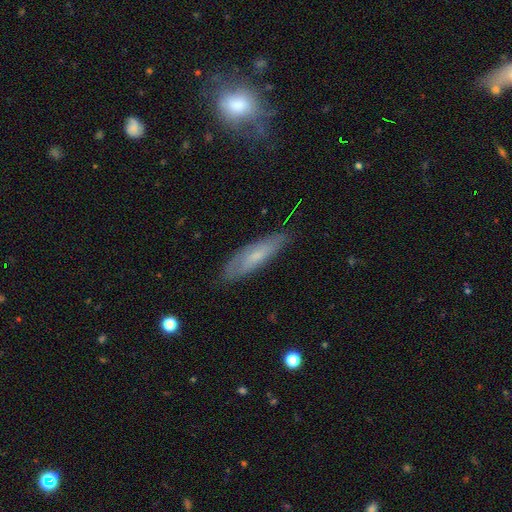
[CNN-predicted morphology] smooth-or-featured: smooth: 55% | featured or disk: 37% | star or artifact: 7%
  how-rounded: cigar-shaped: 64% | in between: 35% | round: 2%
  merging: none: 77% | minor disturbance: 18% | major disturbance: 4% | merger: 1%